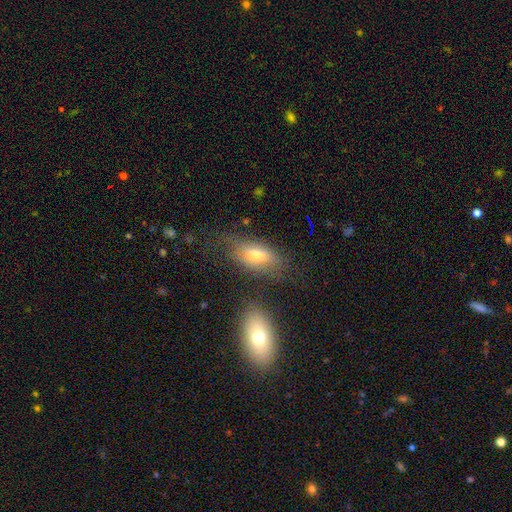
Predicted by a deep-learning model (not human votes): A smooth galaxy with no disk features (69%) that is in between round and cigar-shaped (86%).

Vote fractions:
- Smooth or featured? smooth: 69% / featured or disk: 22% / star or artifact: 9%
- How rounded? in between: 86% / cigar-shaped: 9% / round: 5%
- Merging? none: 61% / minor disturbance: 21% / major disturbance: 11% / merger: 6%